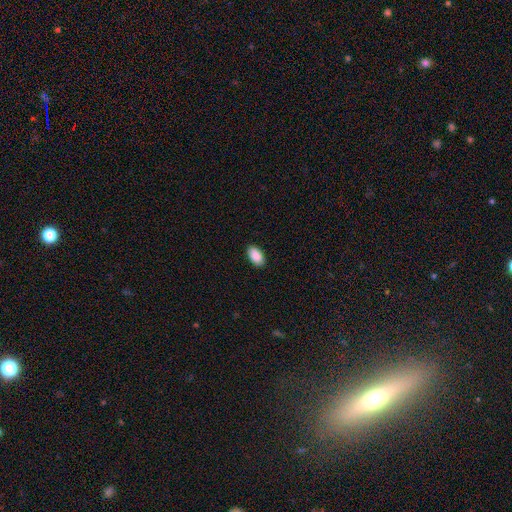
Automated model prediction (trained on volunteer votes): Q: Smooth or featured?
A: smooth (90%); runner-up: star or artifact (6%)
Q: How rounded?
A: in between (95%); runner-up: round (4%)
Q: Merging?
A: none (89%); runner-up: minor disturbance (8%)